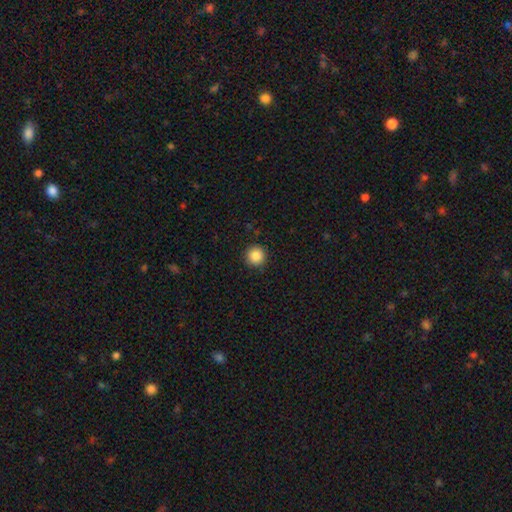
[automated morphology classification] type=smooth (87%); roundness=round (95%); merging=none (92%).